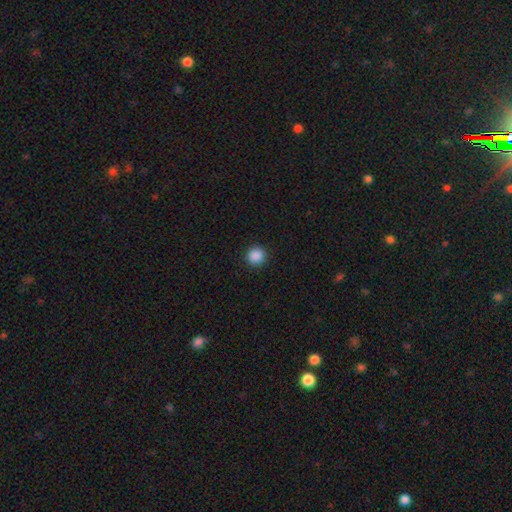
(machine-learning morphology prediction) A smooth galaxy with no disk features (88%) that is round (94%). Merging: none (92%).